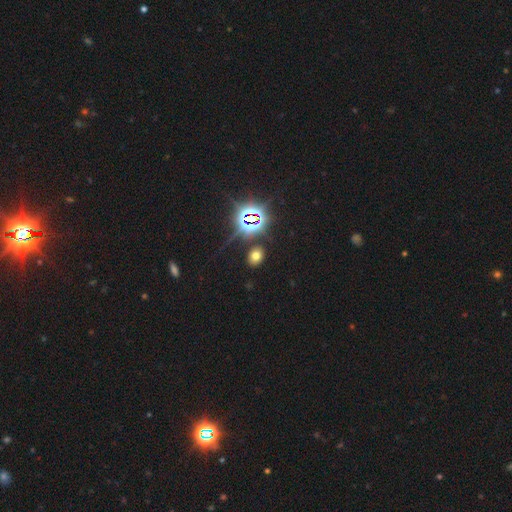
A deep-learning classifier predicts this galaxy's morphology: This appears to be a smooth galaxy with no disk features (59%) that is in between round and cigar-shaped (63%). Merging: none (85%).